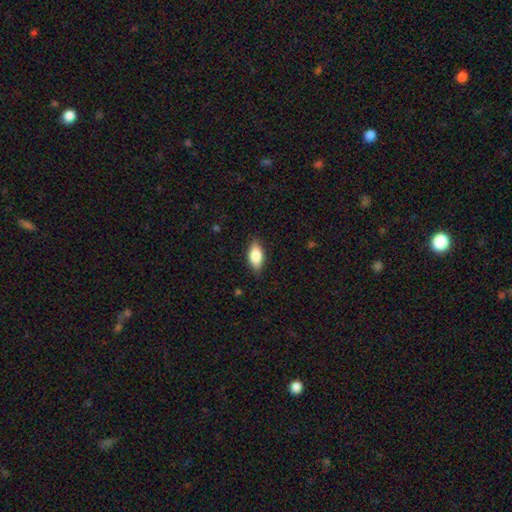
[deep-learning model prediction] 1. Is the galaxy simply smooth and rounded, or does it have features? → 82% smooth, 11% featured or disk, 7% star or artifact.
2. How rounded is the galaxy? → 89% in between, 7% cigar-shaped, 4% round.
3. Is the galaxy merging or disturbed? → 84% none, 12% minor disturbance, 3% major disturbance, 1% merger.